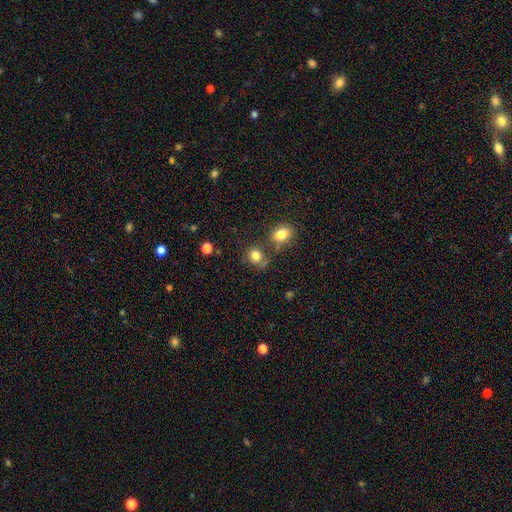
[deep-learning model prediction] smooth_or_featured: smooth (p=0.81) [alt: star or artifact p=0.12]
how_rounded: round (p=0.75) [alt: in between p=0.24]
merging: none (p=0.62) [alt: merger p=0.19]